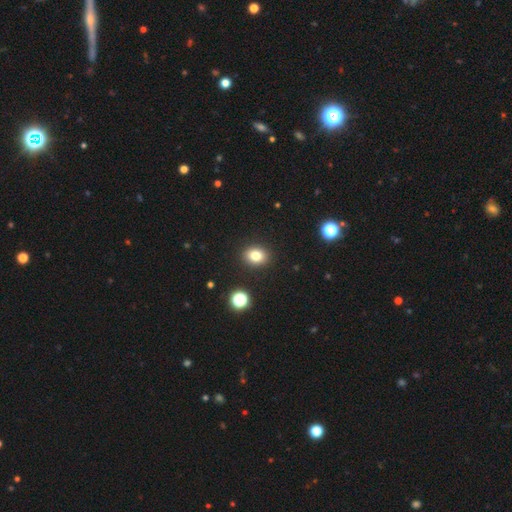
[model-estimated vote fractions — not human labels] The model was most divided on "how rounded": round: 50%, in between: 49%, cigar-shaped: 1%. More confident: merging — none (90%); smooth or featured — smooth (80%).